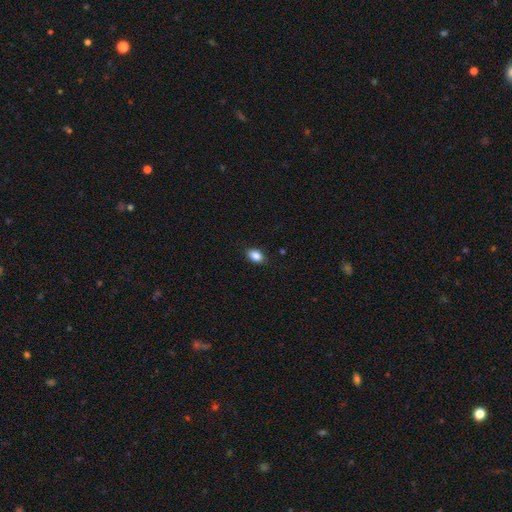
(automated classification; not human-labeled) Morphology: type=smooth (87%); roundness=in between (83%); merging=none (87%).